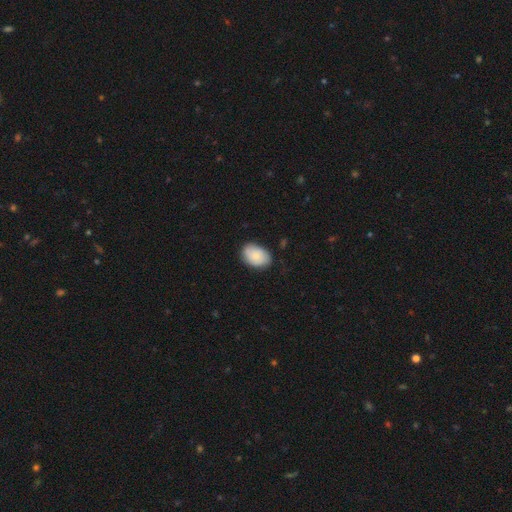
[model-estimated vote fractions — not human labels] Overall: smooth (81%). How rounded: in between (86%). Merging: none (76%).